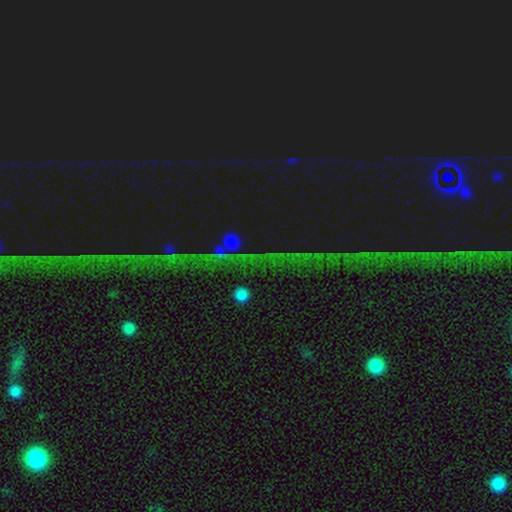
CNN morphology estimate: Smooth or featured?
  - star or artifact: 83% *
  - featured or disk: 9%
  - smooth: 8%